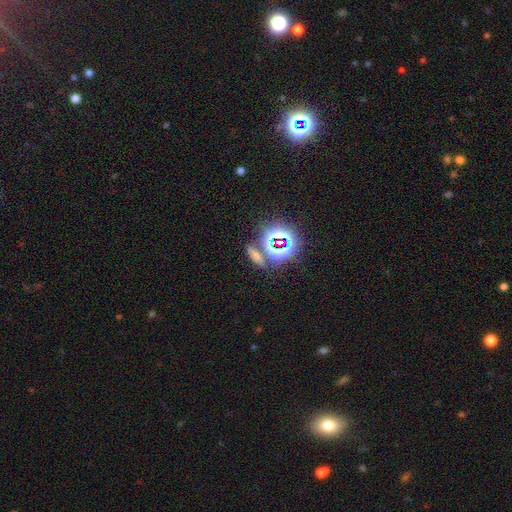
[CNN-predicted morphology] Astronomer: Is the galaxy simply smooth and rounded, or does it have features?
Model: smooth — 49% (runner-up: star or artifact, 38%).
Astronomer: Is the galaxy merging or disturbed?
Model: none — 70%.